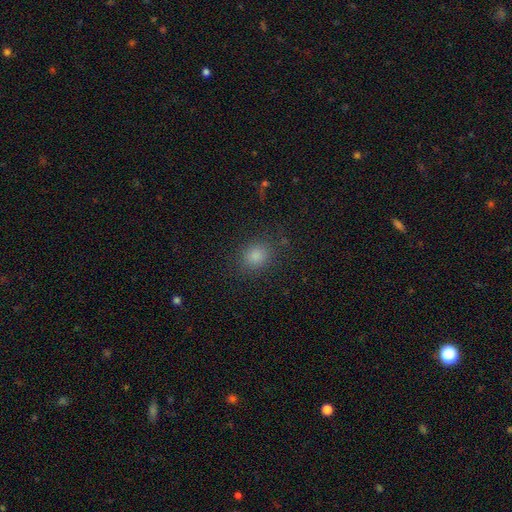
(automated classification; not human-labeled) smooth-or-featured: smooth: 79% | star or artifact: 16% | featured or disk: 5%
  how-rounded: round: 68% | in between: 31% | cigar-shaped: 1%
  merging: none: 85% | minor disturbance: 10% | major disturbance: 4% | merger: 1%